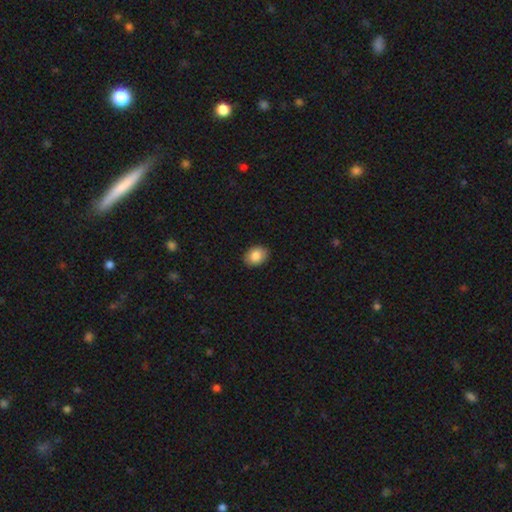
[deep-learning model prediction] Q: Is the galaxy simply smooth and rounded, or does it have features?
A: smooth — 85%.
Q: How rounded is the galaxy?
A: in between — 68%.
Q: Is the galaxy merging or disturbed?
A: none — 90%.